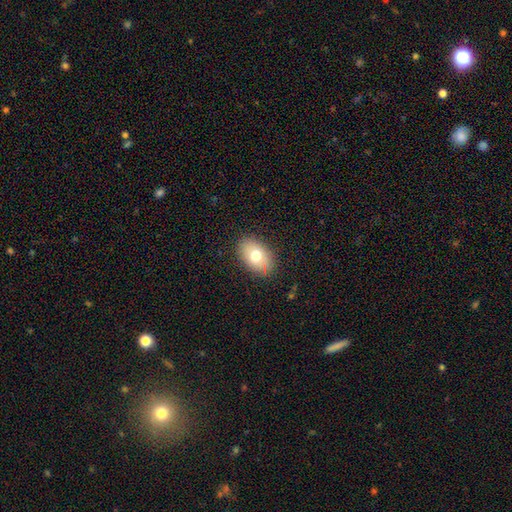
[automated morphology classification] This is likely a smooth galaxy (70%). How rounded: clearly in between (82%). Merging: clearly none (84%).